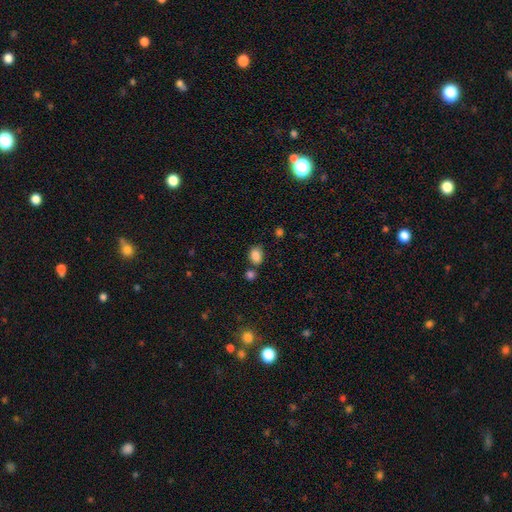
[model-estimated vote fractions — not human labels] This appears to be a smooth galaxy with no disk features (85%) that is in between round and cigar-shaped (70%). Merging: none (66%).